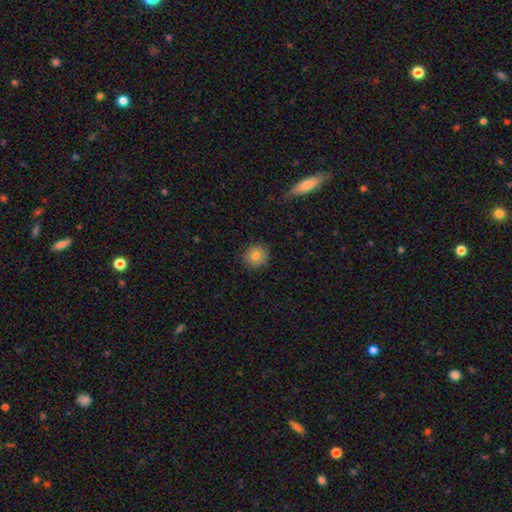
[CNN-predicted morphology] smooth-or-featured: smooth: 81% | star or artifact: 9% | featured or disk: 9%
  how-rounded: round: 89% | in between: 10% | cigar-shaped: 1%
  merging: none: 87% | minor disturbance: 10% | major disturbance: 2% | merger: 1%